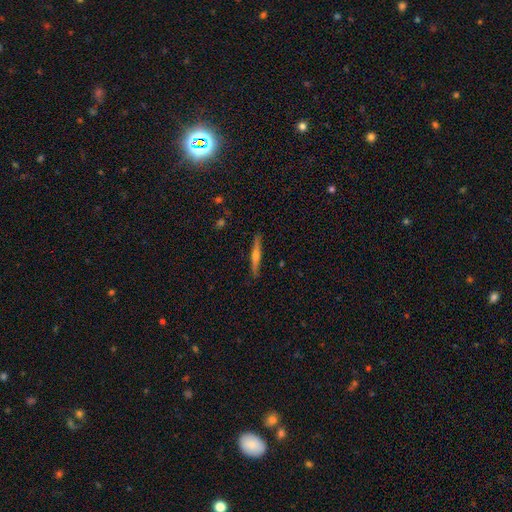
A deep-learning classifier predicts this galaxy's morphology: Smooth or featured?
  - featured or disk: 65% *
  - smooth: 29%
  - star or artifact: 6%
Edge-on disk?
  - yes: 97% *
  - no: 3%
Edge-on bulge?
  - rounded: 88% *
  - none: 9%
  - boxy: 4%
Merging?
  - none: 90% *
  - minor disturbance: 8%
  - major disturbance: 1%
  - merger: 1%